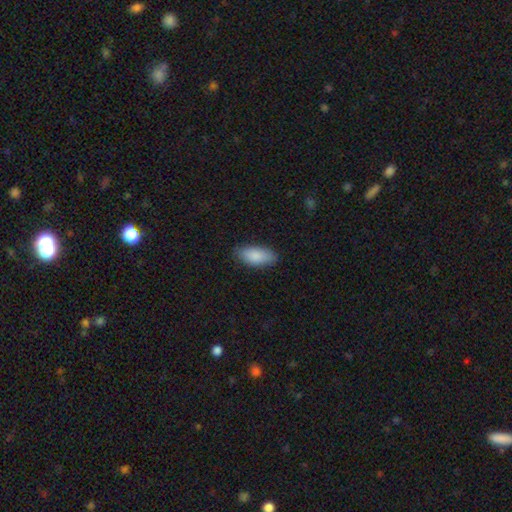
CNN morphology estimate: smooth 87%, featured or disk 7%, star or artifact 6%. Down the decision tree: how rounded — in between (90%); merging — none (83%).